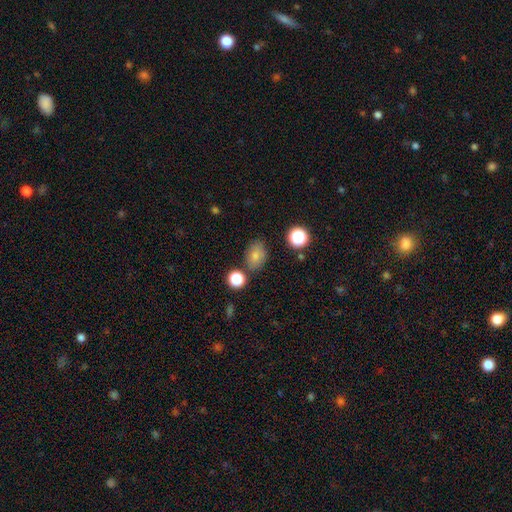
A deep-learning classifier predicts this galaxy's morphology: Smooth or featured? Predicted: smooth (p=0.78). How rounded? Predicted: in between (p=0.74). Merging? Predicted: none (p=0.76).